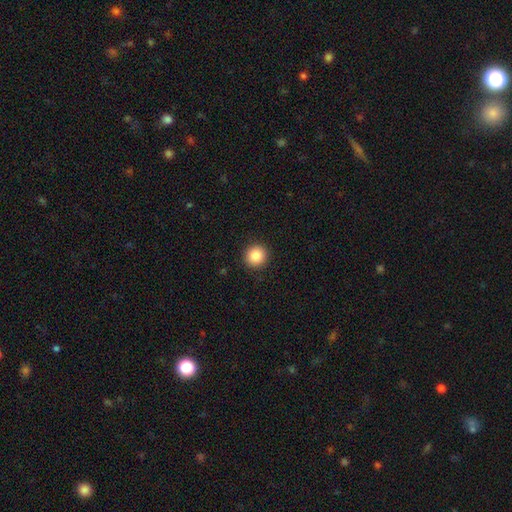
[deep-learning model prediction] Overall: smooth (86%). How rounded: round (94%). Merging: none (92%).